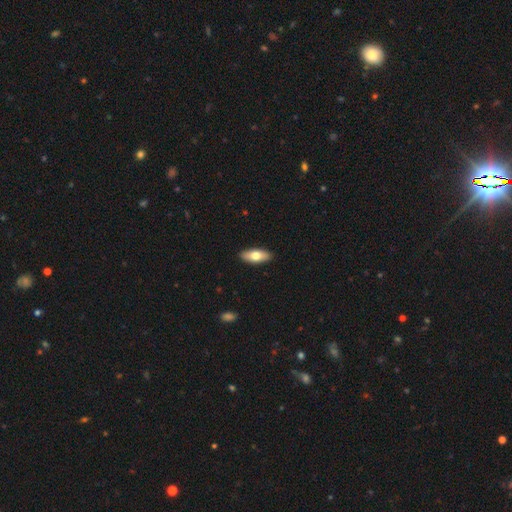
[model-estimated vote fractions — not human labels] smooth-or-featured: smooth: 72% | featured or disk: 23% | star or artifact: 5%
  how-rounded: in between: 80% | cigar-shaped: 18% | round: 2%
  merging: none: 91% | minor disturbance: 7% | major disturbance: 1% | merger: 1%